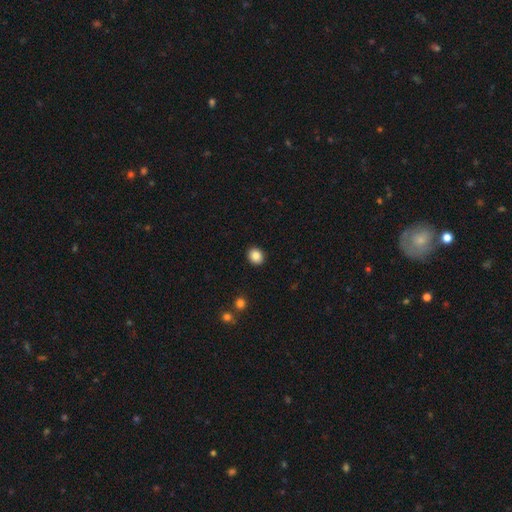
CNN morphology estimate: Smooth or featured?
  - smooth: 86% *
  - star or artifact: 9%
  - featured or disk: 5%
How rounded?
  - round: 59% *
  - in between: 40%
  - cigar-shaped: 1%
Merging?
  - none: 91% *
  - minor disturbance: 6%
  - major disturbance: 2%
  - merger: 1%